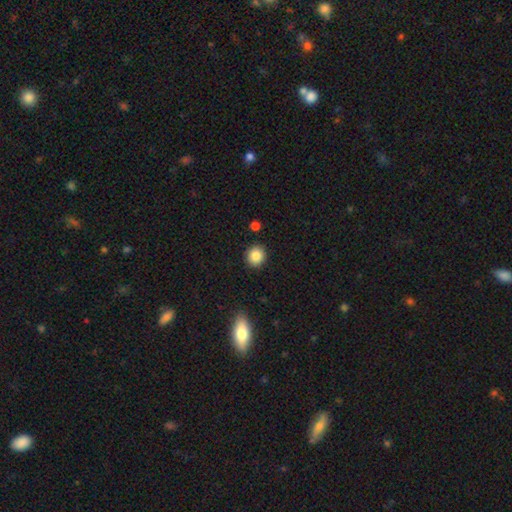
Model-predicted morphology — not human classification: Smooth or featured? smooth (86%)
How rounded? round (84%)
Merging? none (89%)